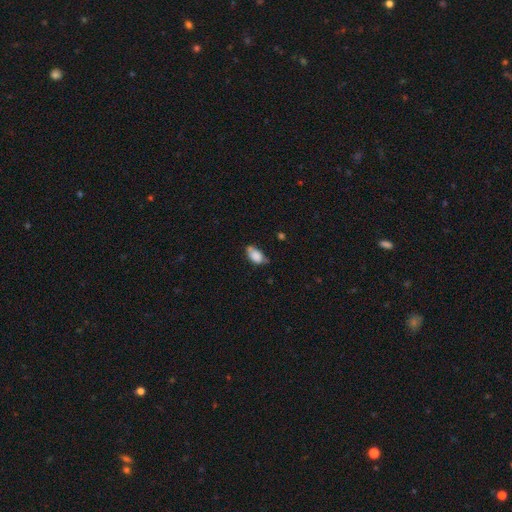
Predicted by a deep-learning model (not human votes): Overall: smooth (80%). How rounded: in between (89%). Merging: none (46%; minor disturbance 37%).